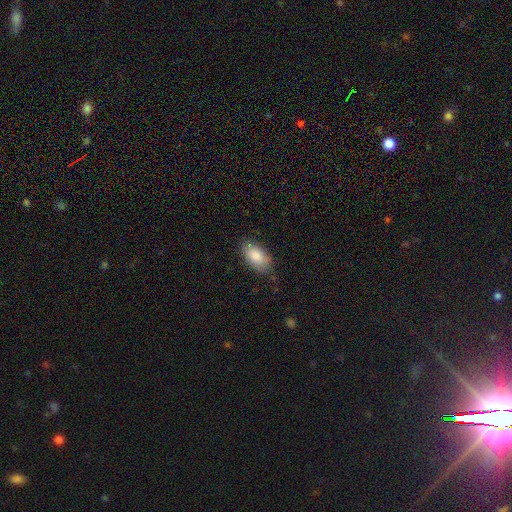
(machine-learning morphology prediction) This appears to be a smooth galaxy with no disk features (85%) that is in between round and cigar-shaped (93%). Merging: none (78%).